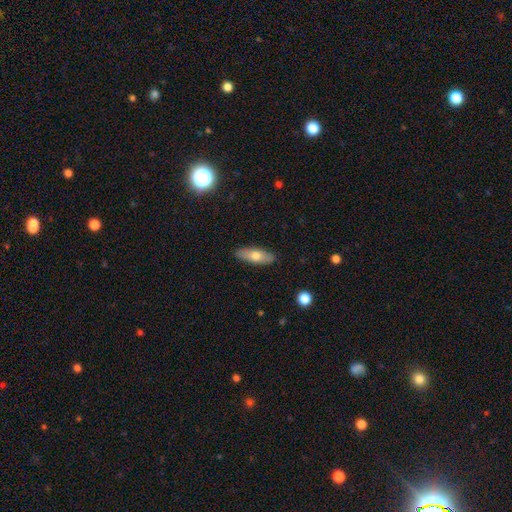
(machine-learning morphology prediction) This is likely a smooth galaxy (66%). How rounded: likely in between (60%). Merging: clearly none (88%).